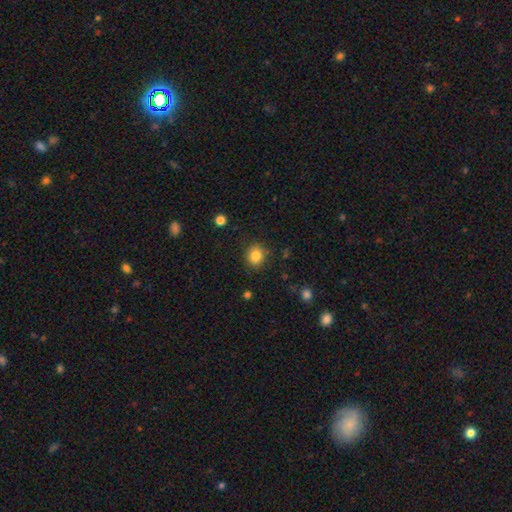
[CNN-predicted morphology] Smooth or featured: smooth — 85% (star or artifact — 10%)
How rounded: round — 73% (in between — 26%)
Merging: none — 85% (minor disturbance — 10%)